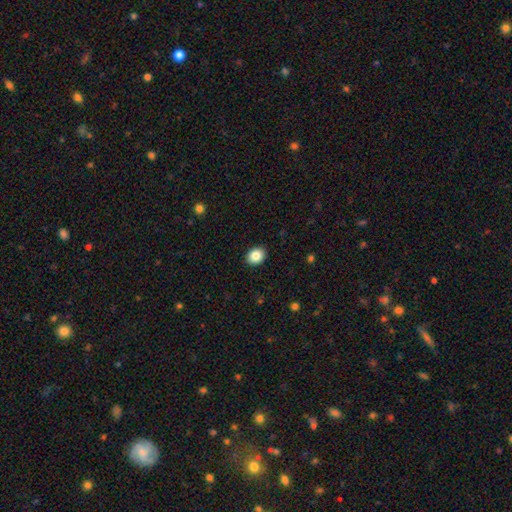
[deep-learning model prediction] This appears to be a smooth galaxy with no disk features (86%) that is in between round and cigar-shaped (53%). Merging: none (91%).